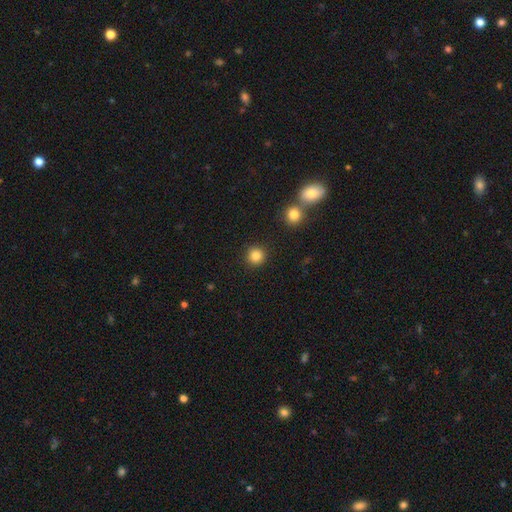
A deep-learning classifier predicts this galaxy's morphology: smooth-or-featured: smooth: 85% | star or artifact: 11% | featured or disk: 4%
  how-rounded: round: 94% | in between: 5% | cigar-shaped: 1%
  merging: none: 91% | minor disturbance: 5% | merger: 2% | major disturbance: 2%